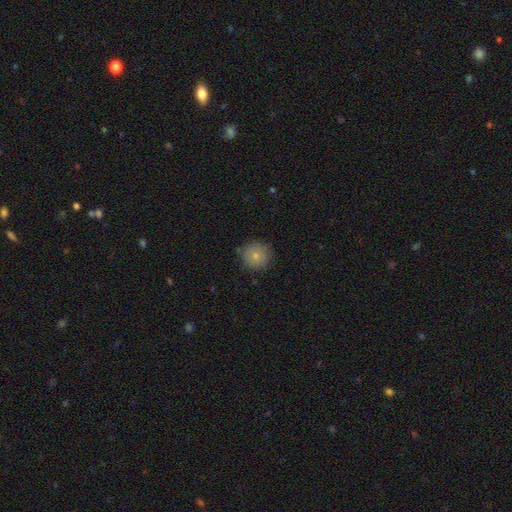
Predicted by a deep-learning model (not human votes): smooth_or_featured: smooth (p=0.79) [alt: featured or disk p=0.11]
how_rounded: round (p=0.94) [alt: in between p=0.05]
merging: none (p=0.86) [alt: minor disturbance p=0.11]